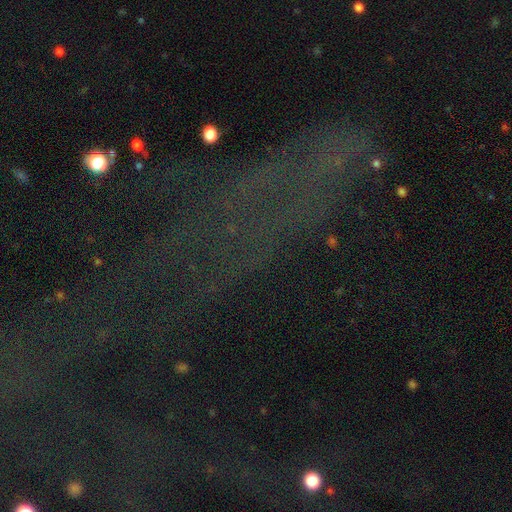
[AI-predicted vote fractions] This is likely a star or artifact rather than a galaxy (71%).